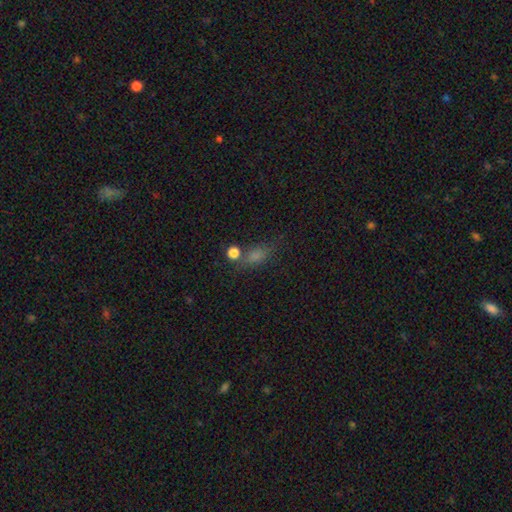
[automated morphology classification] smooth-or-featured: smooth: 70% | star or artifact: 21% | featured or disk: 10%
  how-rounded: in between: 64% | round: 23% | cigar-shaped: 13%
  merging: none: 57% | minor disturbance: 19% | merger: 14% | major disturbance: 10%